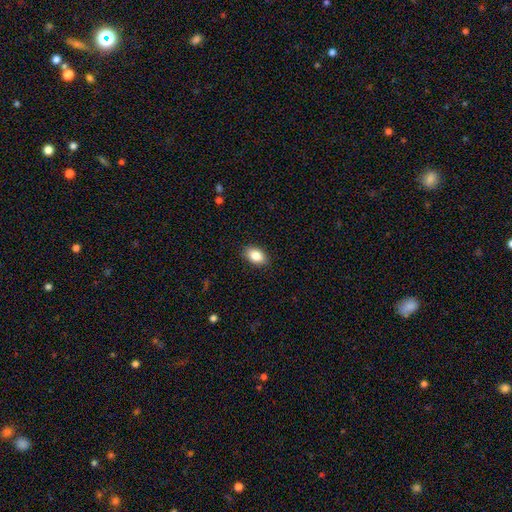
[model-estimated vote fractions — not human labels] Smooth or featured?
  - smooth: 85% *
  - star or artifact: 8%
  - featured or disk: 7%
How rounded?
  - in between: 87% *
  - round: 12%
  - cigar-shaped: 1%
Merging?
  - none: 89% *
  - minor disturbance: 8%
  - major disturbance: 2%
  - merger: 1%